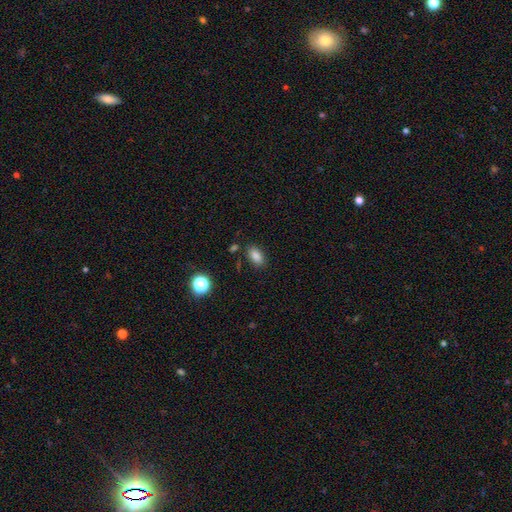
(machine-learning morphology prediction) Overall: smooth (84%). How rounded: in between (88%). Merging: none (82%).